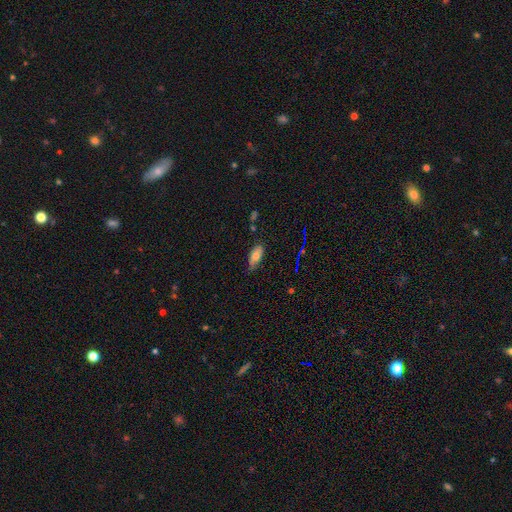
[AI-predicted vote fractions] Morphology: type=smooth (73%); roundness=in between (80%); merging=none (71%).